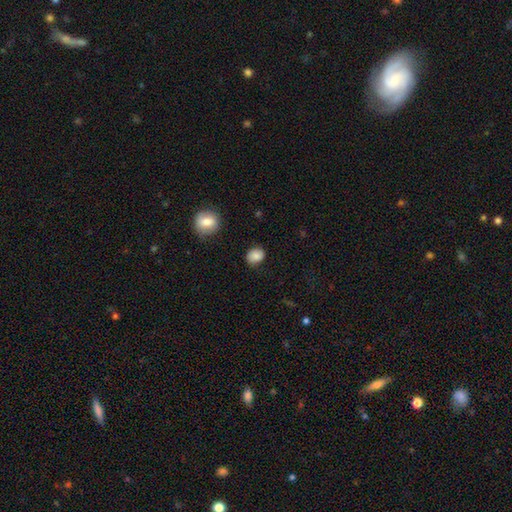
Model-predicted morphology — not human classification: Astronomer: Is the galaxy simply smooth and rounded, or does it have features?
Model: smooth — 85%.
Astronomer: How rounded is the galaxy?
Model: round — 52% (runner-up: in between, 47%).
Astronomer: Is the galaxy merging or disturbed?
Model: none — 79%.